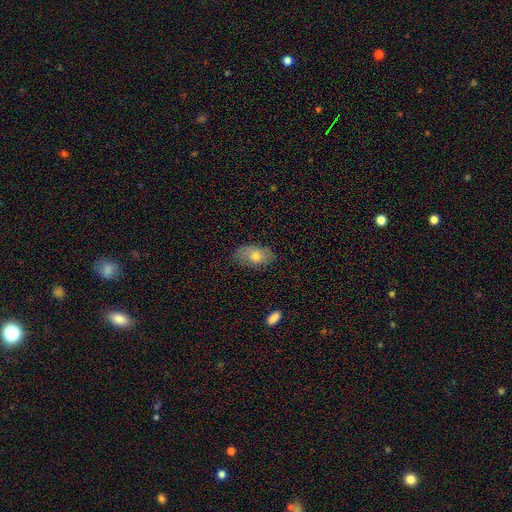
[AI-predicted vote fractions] smooth 70%, featured or disk 22%, star or artifact 8%. Down the decision tree: how rounded — in between (91%); merging — none (75%).